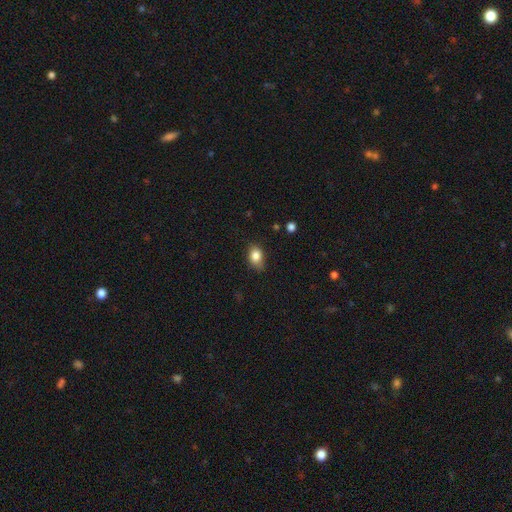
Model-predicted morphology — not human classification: Smooth or featured?
  - smooth: 84% *
  - star or artifact: 9%
  - featured or disk: 7%
How rounded?
  - in between: 70% *
  - round: 29%
  - cigar-shaped: 2%
Merging?
  - none: 69% *
  - minor disturbance: 25%
  - major disturbance: 5%
  - merger: 1%